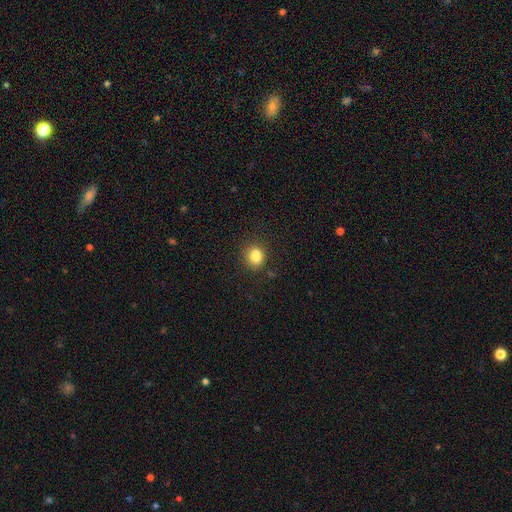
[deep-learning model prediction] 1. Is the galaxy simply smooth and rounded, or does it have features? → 83% smooth, 11% star or artifact, 6% featured or disk.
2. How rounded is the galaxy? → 64% round, 35% in between, 1% cigar-shaped.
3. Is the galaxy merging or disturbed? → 74% none, 14% minor disturbance, 8% merger, 4% major disturbance.